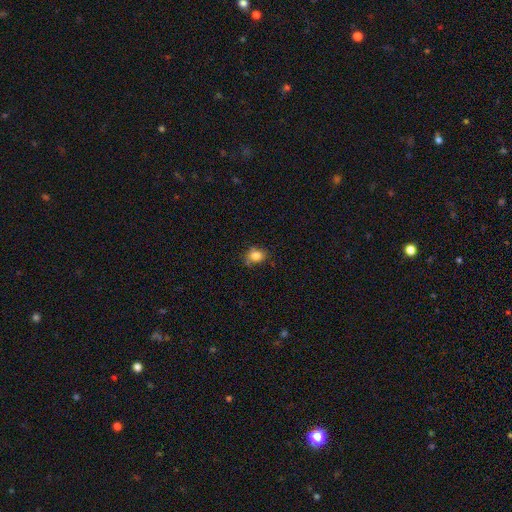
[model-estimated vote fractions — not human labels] This appears to be a smooth galaxy with no disk features (83%) that is round (59%). Merging: none (67%).